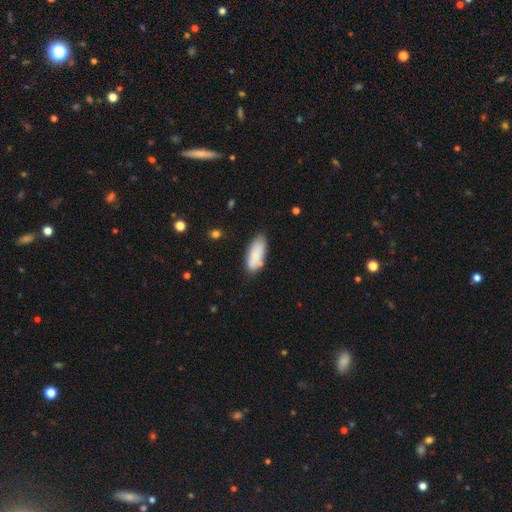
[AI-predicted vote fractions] Smooth or featured?
  - smooth: 79% *
  - featured or disk: 14%
  - star or artifact: 7%
How rounded?
  - in between: 80% *
  - cigar-shaped: 18%
  - round: 2%
Merging?
  - none: 69% *
  - minor disturbance: 19%
  - merger: 8%
  - major disturbance: 4%